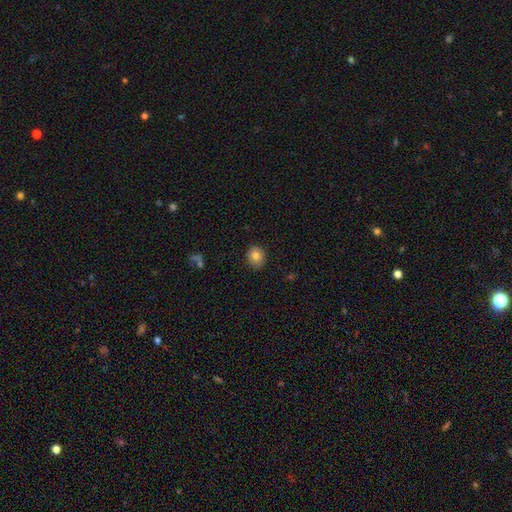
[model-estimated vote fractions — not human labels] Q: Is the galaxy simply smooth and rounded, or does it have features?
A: smooth — 81%.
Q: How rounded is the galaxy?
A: round — 68%.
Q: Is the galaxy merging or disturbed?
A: none — 87%.